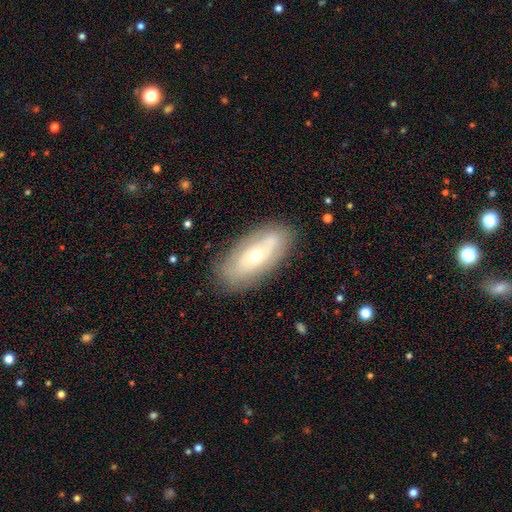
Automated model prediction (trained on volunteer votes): This appears to be a featured or disk galaxy (55%). Merging: none (83%).